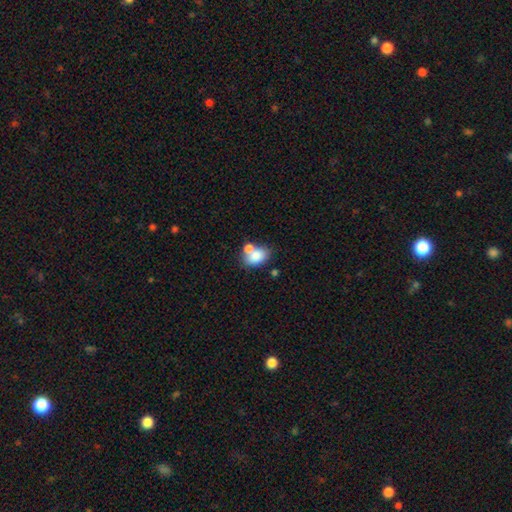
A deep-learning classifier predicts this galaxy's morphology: Smooth or featured?
  - smooth: 80% *
  - featured or disk: 12%
  - star or artifact: 9%
How rounded?
  - in between: 81% *
  - round: 18%
  - cigar-shaped: 1%
Merging?
  - none: 42% * (tied)
  - merger: 42% * (tied)
  - minor disturbance: 12%
  - major disturbance: 5%